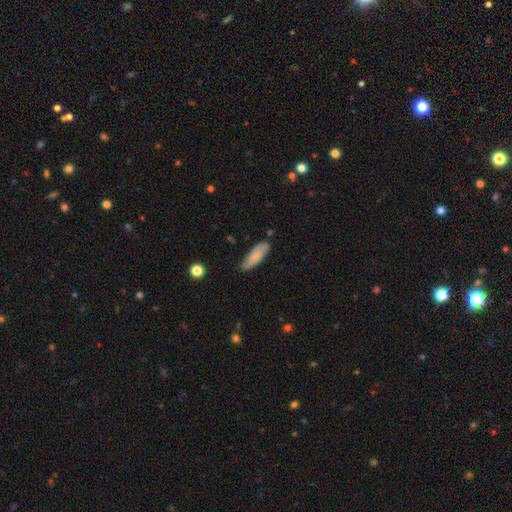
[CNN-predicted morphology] type=smooth (72%); roundness=in between (57%); merging=none (72%).